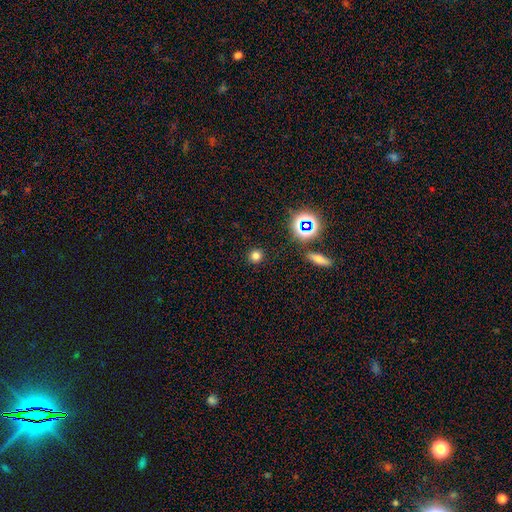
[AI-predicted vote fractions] Overall: smooth (74%). How rounded: round (92%). Merging: none (90%).